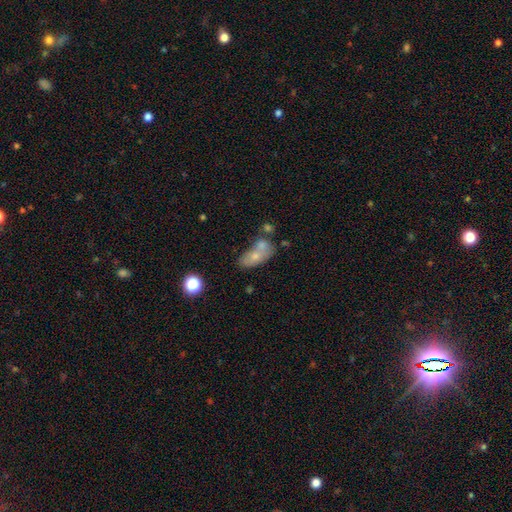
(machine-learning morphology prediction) This is likely a smooth galaxy (64%). How rounded: clearly in between (82%). Merging: marginally merger (45%).